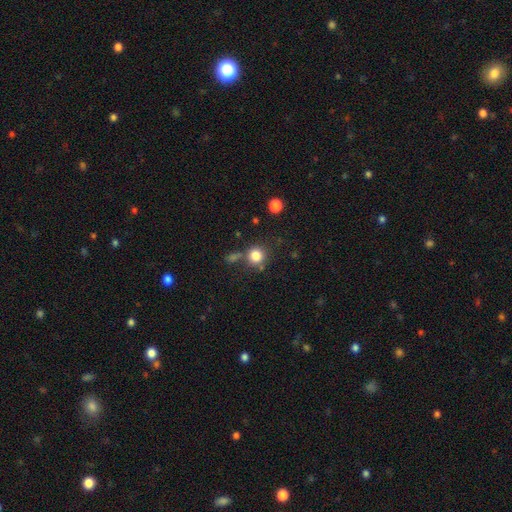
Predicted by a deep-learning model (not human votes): This appears to be a smooth galaxy with no disk features (82%) that is round (90%). Merging: none (69%).